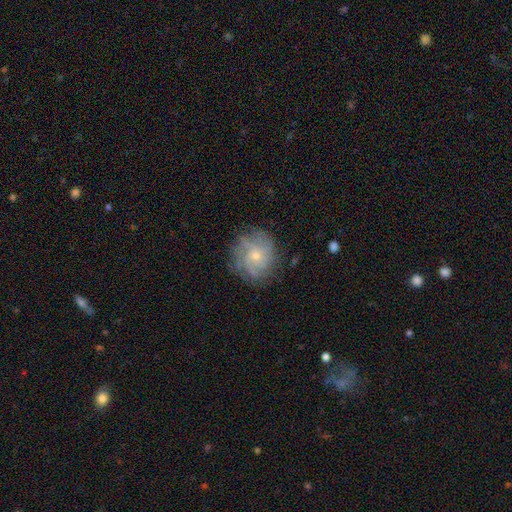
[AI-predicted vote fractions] featured or disk 73%, smooth 18%, star or artifact 9%. Down the decision tree: edge-on disk — no (98%); bar — no (78%); spiral arms — yes (92%); spiral arm count — can't tell (36%); spiral winding — tight (57%); bulge size — small (63%); merging — none (76%).